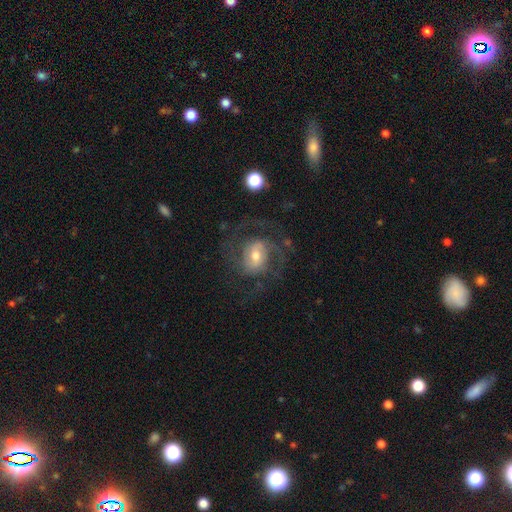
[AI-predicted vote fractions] Smooth or featured? featured or disk (80%)
Edge-on disk? no (98%)
Bar? weak (49%)
Spiral arms? yes (91%)
Spiral winding? medium (51%)
Spiral arm count? 2 (58%)
Bulge size? moderate (59%)
Merging? none (63%)